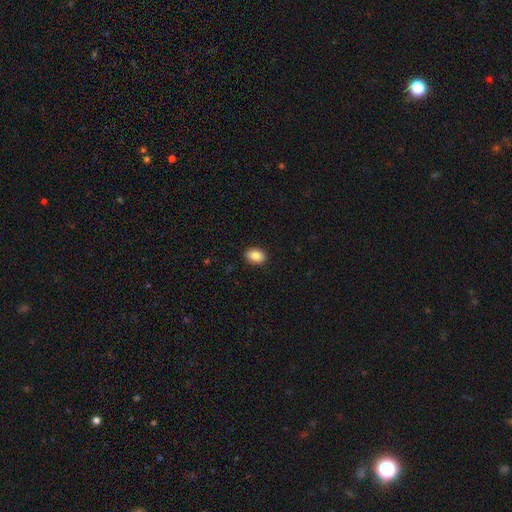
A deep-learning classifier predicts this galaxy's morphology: Q: Smooth or featured?
A: smooth (88%); runner-up: star or artifact (8%)
Q: How rounded?
A: in between (78%); runner-up: round (21%)
Q: Merging?
A: none (90%); runner-up: minor disturbance (7%)